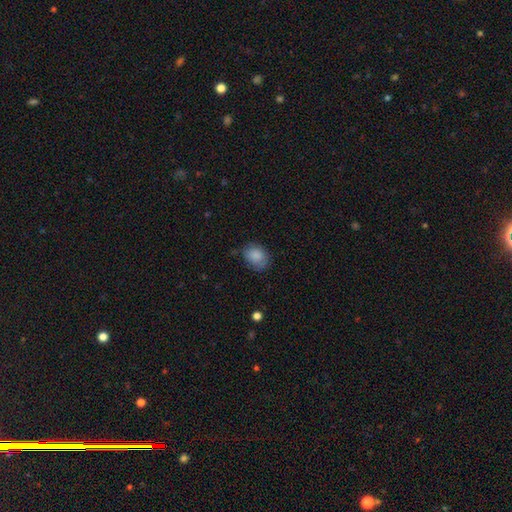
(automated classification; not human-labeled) A smooth galaxy with no disk features (84%) that is in between round and cigar-shaped (61%).

Vote fractions:
- Smooth or featured? smooth: 84% / featured or disk: 8% / star or artifact: 8%
- How rounded? in between: 61% / round: 38% / cigar-shaped: 1%
- Merging? none: 62% / minor disturbance: 29% / major disturbance: 8% / merger: 2%